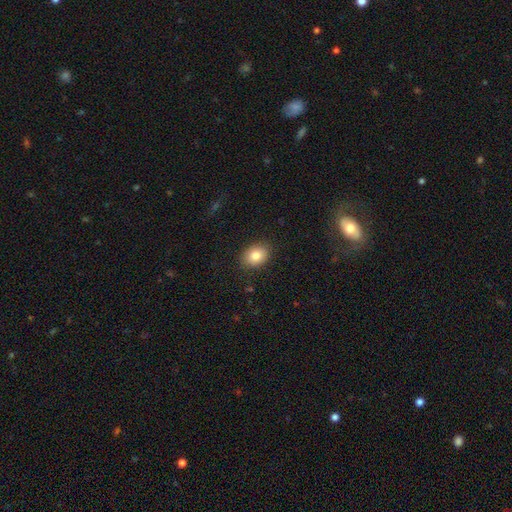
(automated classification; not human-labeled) smooth-or-featured: smooth: 84% | star or artifact: 8% | featured or disk: 8%
  how-rounded: in between: 66% | round: 33% | cigar-shaped: 1%
  merging: none: 88% | minor disturbance: 9% | major disturbance: 2% | merger: 1%